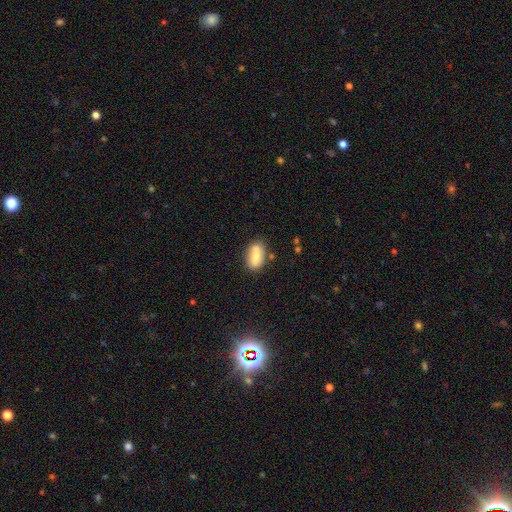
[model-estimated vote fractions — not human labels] smooth 71%, featured or disk 21%, star or artifact 8%. Down the decision tree: how rounded — in between (77%); merging — none (75%).